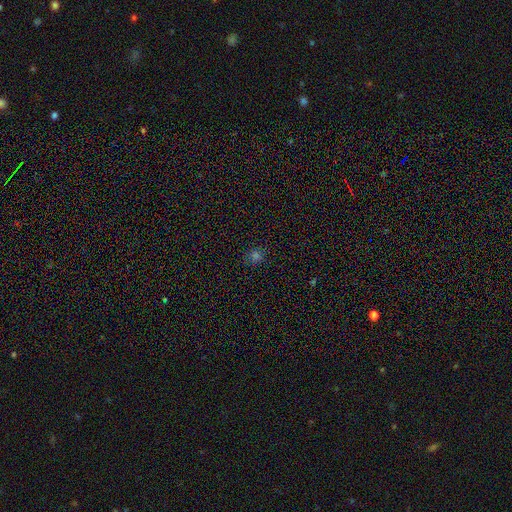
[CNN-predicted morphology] Smooth or featured? smooth (69%)
How rounded? round (82%)
Merging? none (87%)